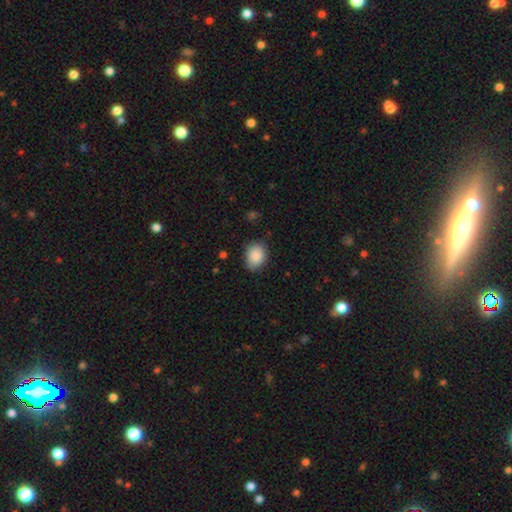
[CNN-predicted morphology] A smooth galaxy with no disk features (88%) that is in between round and cigar-shaped (56%).

Vote fractions:
- Smooth or featured? smooth: 88% / star or artifact: 8% / featured or disk: 5%
- How rounded? in between: 56% / round: 43% / cigar-shaped: 1%
- Merging? none: 80% / minor disturbance: 16% / major disturbance: 3% / merger: 1%